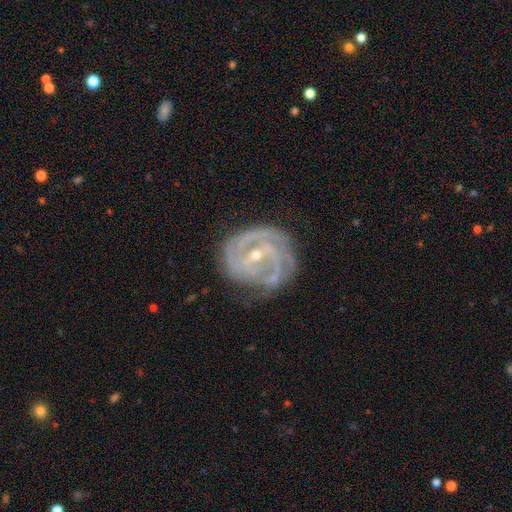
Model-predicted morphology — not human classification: Smooth or featured?
  - featured or disk: 89% *
  - star or artifact: 6%
  - smooth: 6%
Edge-on disk?
  - no: 97% *
  - yes: 3%
Bar?
  - weak: 43% *
  - no: 29%
  - strong: 28%
Spiral arms?
  - yes: 96% *
  - no: 4%
Spiral winding?
  - tight: 65% *
  - medium: 29%
  - loose: 6%
Spiral arm count?
  - 2: 35% *
  - 3: 27%
  - can't tell: 20%
  - 4: 8%
  - 1: 5%
  - more than 4: 5%
Bulge size?
  - small: 65% *
  - moderate: 33%
  - large: 1%
  - none: 1%
  - dominant: 1%
Merging?
  - none: 66% *
  - minor disturbance: 22%
  - major disturbance: 10%
  - merger: 2%